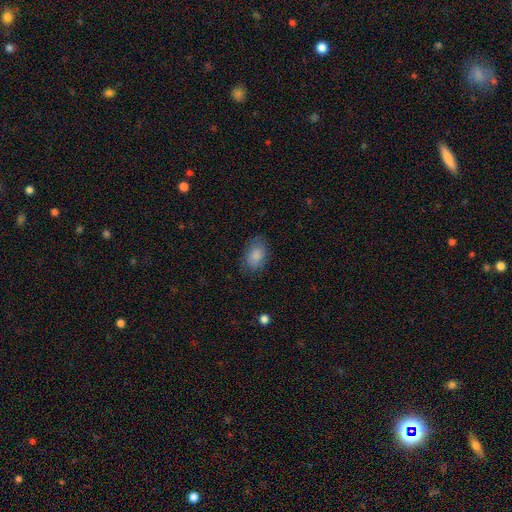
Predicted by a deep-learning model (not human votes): smooth_or_featured: smooth (p=0.85) [alt: featured or disk p=0.08]
how_rounded: in between (p=0.84) [alt: round p=0.15]
merging: none (p=0.77) [alt: minor disturbance p=0.17]